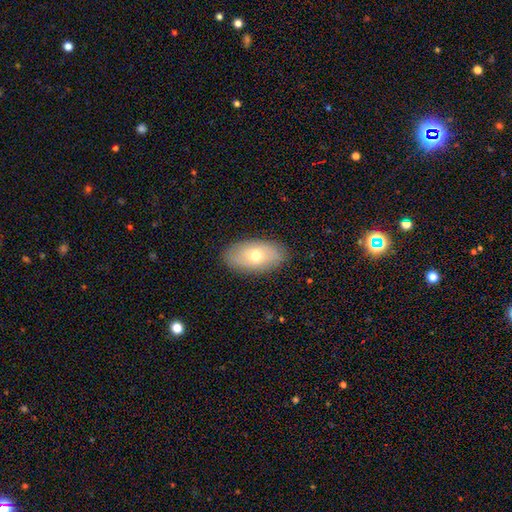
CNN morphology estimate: Smooth or featured?
  - smooth: 64% *
  - featured or disk: 29%
  - star or artifact: 7%
How rounded?
  - in between: 93% *
  - round: 5%
  - cigar-shaped: 2%
Merging?
  - none: 87% *
  - minor disturbance: 10%
  - major disturbance: 2%
  - merger: 1%